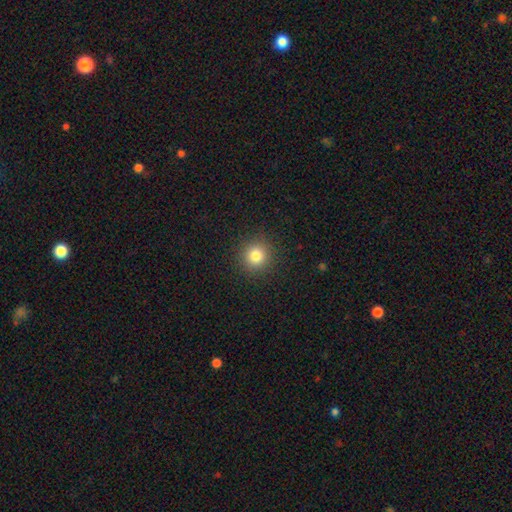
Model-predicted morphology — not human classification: Smooth or featured? Predicted: smooth (p=0.81). How rounded? Predicted: round (p=0.93). Merging? Predicted: none (p=0.91).